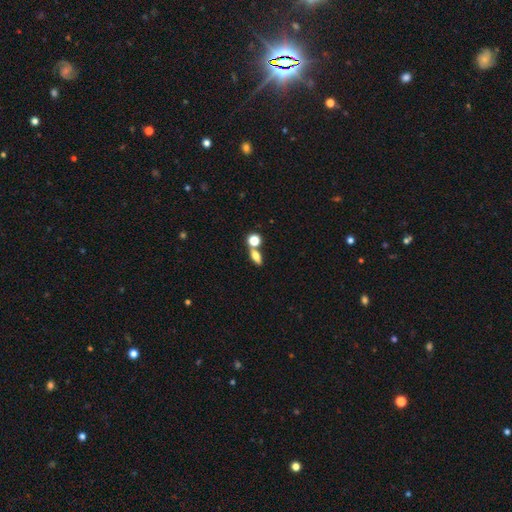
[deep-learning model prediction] The model was most divided on "merging": none: 58%, merger: 28%, minor disturbance: 10%, major disturbance: 4%. More confident: smooth or featured — smooth (70%); how rounded — in between (65%).